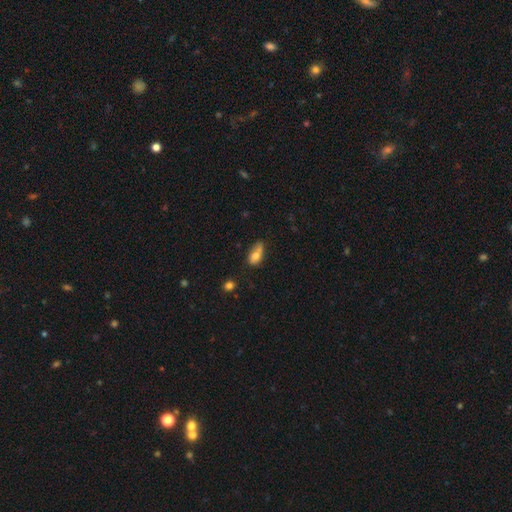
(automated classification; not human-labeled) Smooth or featured? smooth (69%)
How rounded? in between (83%)
Merging? none (40%)